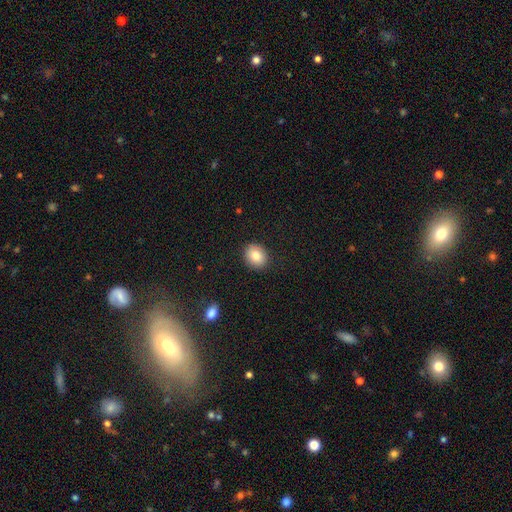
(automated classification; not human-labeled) Smooth or featured? smooth (81%)
How rounded? round (62%)
Merging? none (89%)